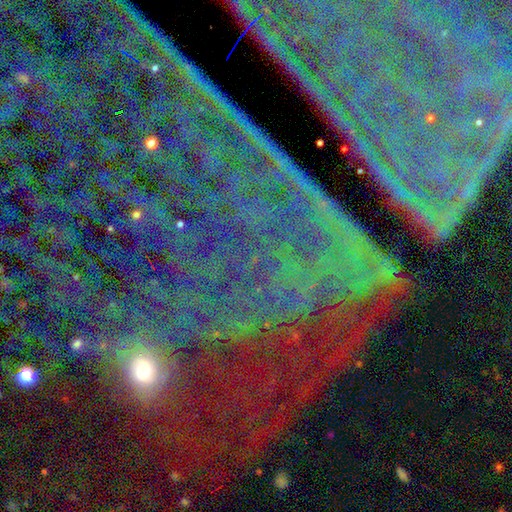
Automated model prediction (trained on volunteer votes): Q: Smooth or featured?
A: star or artifact (80%); runner-up: featured or disk (11%)